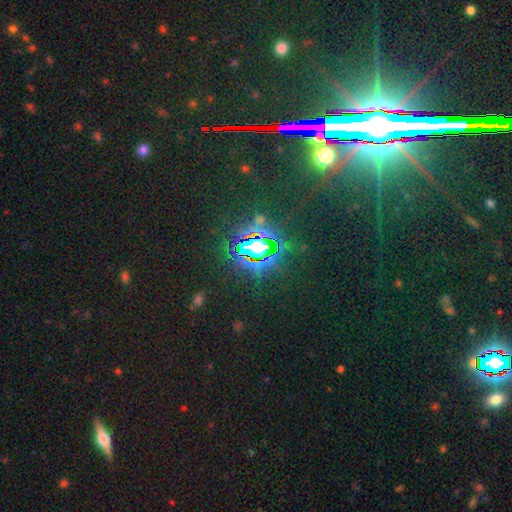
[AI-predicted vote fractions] star or artifact 85%, smooth 8%, featured or disk 7%.